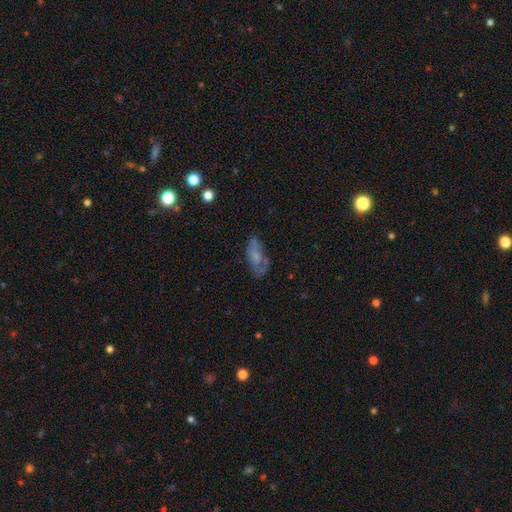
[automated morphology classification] The model was most divided on "smooth or featured": smooth: 49%, featured or disk: 40%, star or artifact: 11%. Remaining: merging — none (48%).